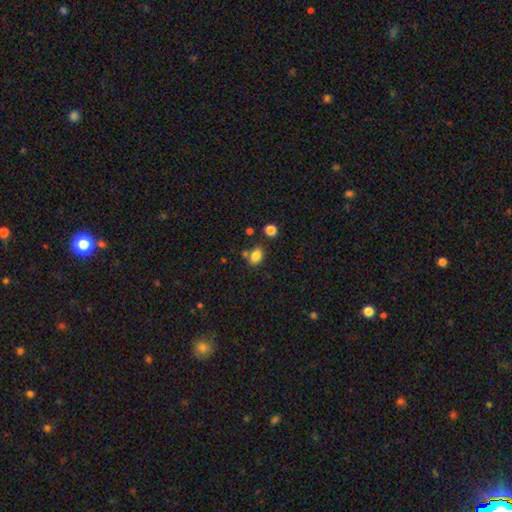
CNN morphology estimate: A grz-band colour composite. It shows a smooth galaxy with no disk features (84%) that is in between round and cigar-shaped (79%). Merging: none (70%).